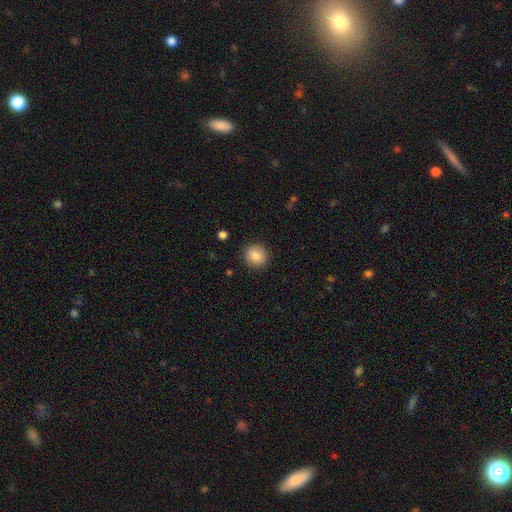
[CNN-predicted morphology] This is clearly a smooth galaxy (85%). How rounded: clearly round (88%). Merging: clearly none (90%).